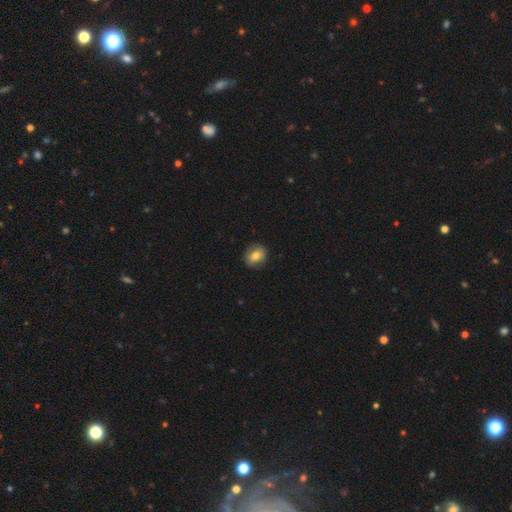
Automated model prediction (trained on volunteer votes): This appears to be a smooth galaxy with no disk features (71%) that is round (64%). Merging: none (85%).